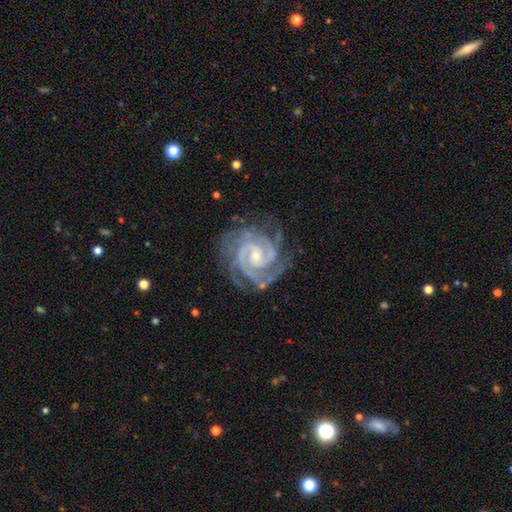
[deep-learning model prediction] A featured or disk galaxy (93%) with no bar (44%), 2 (42%) tight (74%) spiral arms (99%) and a small central bulge (71%).

Vote fractions:
- Smooth or featured? featured or disk: 93% / star or artifact: 5% / smooth: 3%
- Edge-on disk? no: 98% / yes: 2%
- Bar? no: 44% / weak: 40% / strong: 16%
- Spiral arms? yes: 99% / no: 1%
- Spiral winding? tight: 74% / medium: 24% / loose: 2%
- Spiral arm count? 2: 42% / 3: 28% / 4: 11% / can't tell: 9% / more than 4: 5% / 1: 5%
- Bulge size? small: 71% / moderate: 24% / none: 2% / large: 1% / dominant: 1%
- Merging? none: 75% / minor disturbance: 17% / major disturbance: 6% / merger: 1%